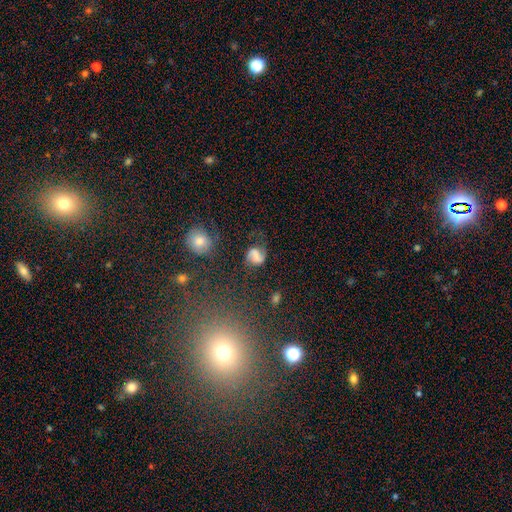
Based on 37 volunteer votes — Overall: featured or disk (65%; smooth 30%). Edge-on disk: no (96%). Bar: weak (39%; strong 30%). Spiral arms: yes (87%). Spiral arm count: 2 (95%). Spiral winding: loose (60%; medium 35%). Bulge size: none (61%). Merging: none (43%; minor disturbance 40%).